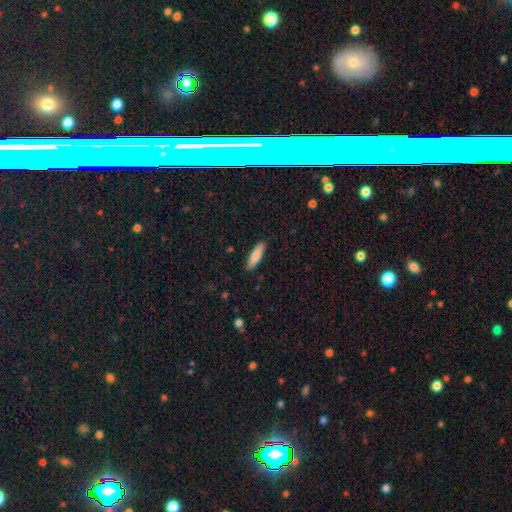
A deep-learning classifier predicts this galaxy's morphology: smooth_or_featured: smooth (p=0.81) [alt: featured or disk p=0.13]
how_rounded: cigar-shaped (p=0.59) [alt: in between p=0.39]
merging: none (p=0.89) [alt: minor disturbance p=0.08]